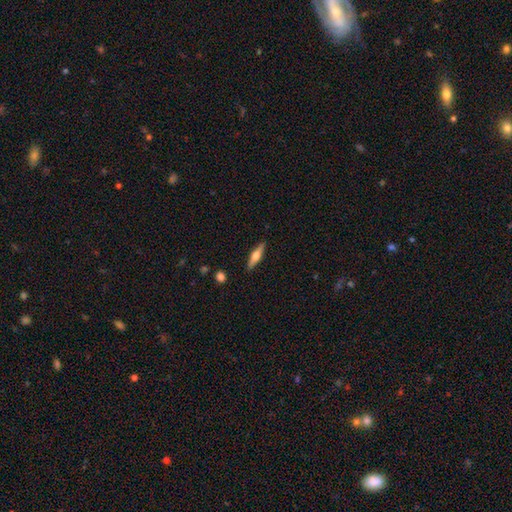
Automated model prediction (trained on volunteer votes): smooth_or_featured: featured or disk (p=0.52) [alt: smooth p=0.42]
disk_edge_on: yes (p=0.95) [alt: no p=0.05]
merging: none (p=0.88) [alt: minor disturbance p=0.08]